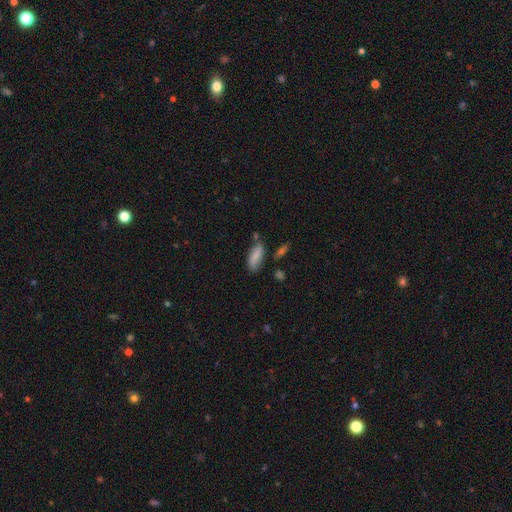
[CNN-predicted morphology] A smooth galaxy with no disk features (79%) that is in between round and cigar-shaped (70%). Merging: none (65%).